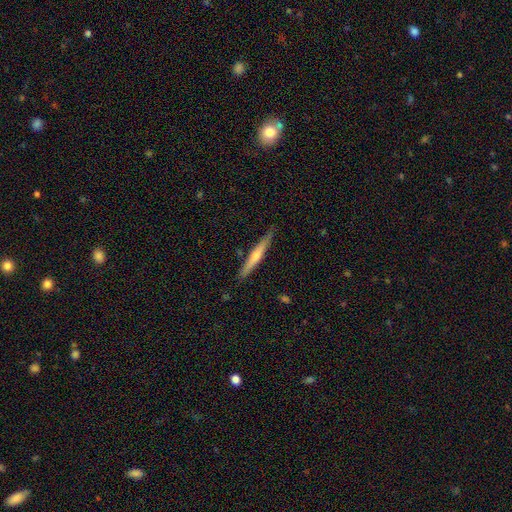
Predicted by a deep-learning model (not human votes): Smooth or featured? Predicted: featured or disk (p=0.62). Edge-on disk? Predicted: yes (p=0.97). Edge-on bulge? Predicted: rounded (p=0.75). Merging? Predicted: none (p=0.89).